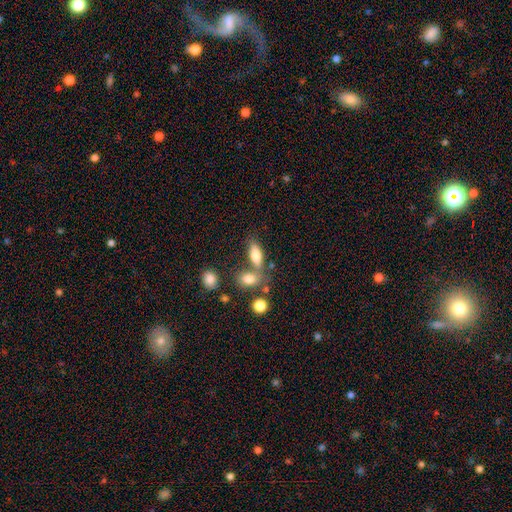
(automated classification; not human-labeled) Smooth or featured: smooth — 78% (featured or disk — 14%)
How rounded: in between — 79% (cigar-shaped — 15%)
Merging: none — 49% (merger — 33%)